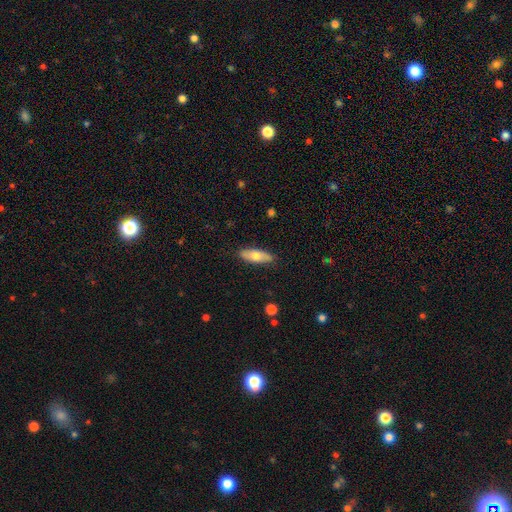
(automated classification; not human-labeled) smooth-or-featured: smooth: 67% | featured or disk: 27% | star or artifact: 6%
  how-rounded: in between: 64% | cigar-shaped: 34% | round: 2%
  merging: none: 85% | minor disturbance: 11% | major disturbance: 2% | merger: 1%